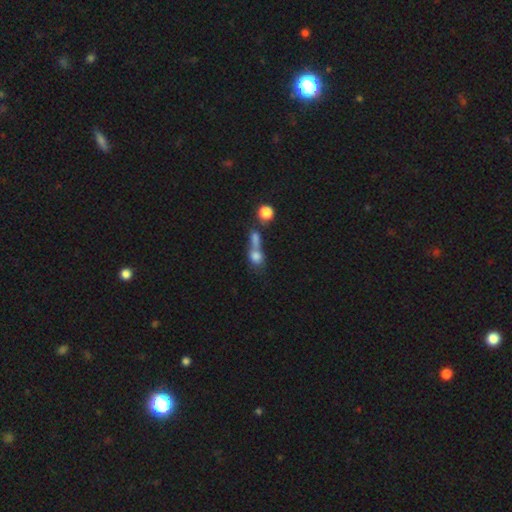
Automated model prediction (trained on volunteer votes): Smooth or featured? Predicted: smooth (p=0.74). How rounded? Predicted: round (p=0.57). Merging? Predicted: merger (p=0.63).